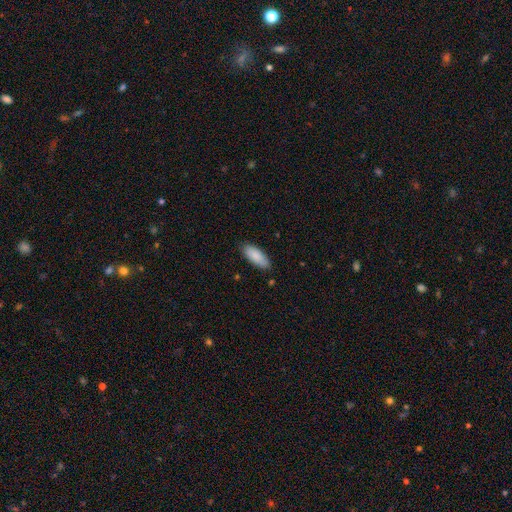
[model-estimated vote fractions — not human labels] A smooth galaxy with no disk features (88%) that is in between round and cigar-shaped (79%). Merging: none (85%).